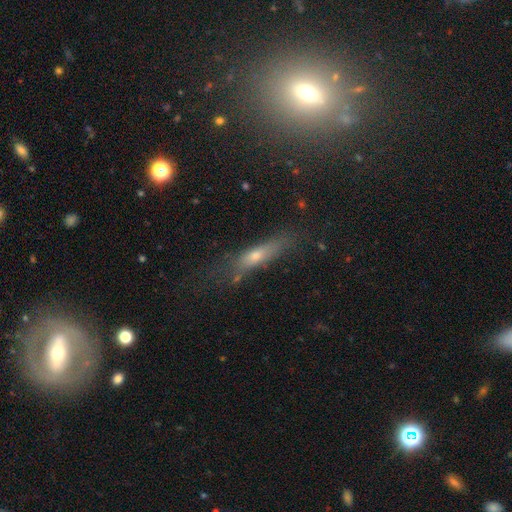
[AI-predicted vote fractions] A smooth galaxy with no disk features (53%) that is cigar-shaped (73%). Merging: none (63%).